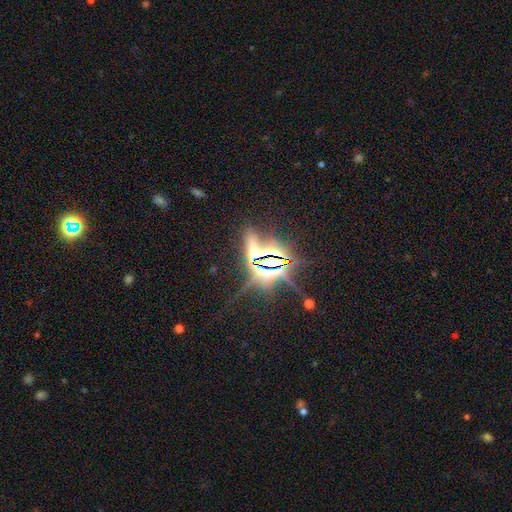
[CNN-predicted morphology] This appears to be a star or artifact, not a galaxy (68%).